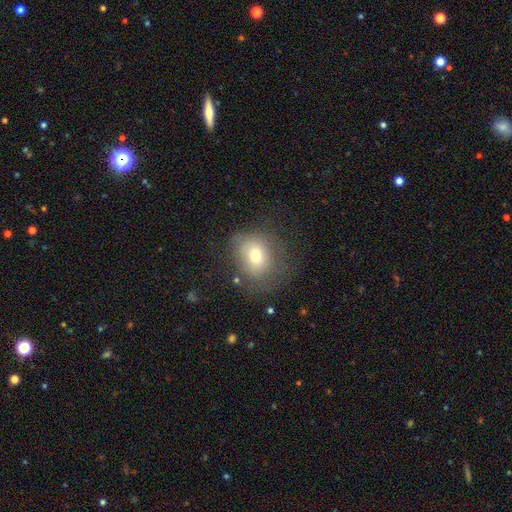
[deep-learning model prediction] Smooth or featured: smooth — 69% (featured or disk — 18%)
How rounded: round — 63% (in between — 36%)
Merging: none — 57% (minor disturbance — 25%)